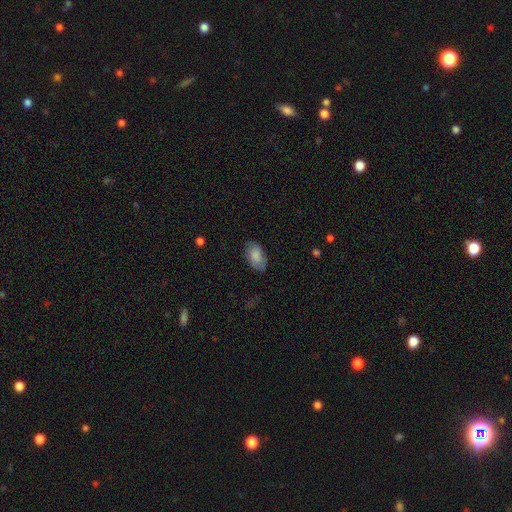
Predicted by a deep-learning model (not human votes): Q: Smooth or featured?
A: smooth (82%); runner-up: featured or disk (11%)
Q: How rounded?
A: in between (94%); runner-up: round (4%)
Q: Merging?
A: none (79%); runner-up: minor disturbance (16%)